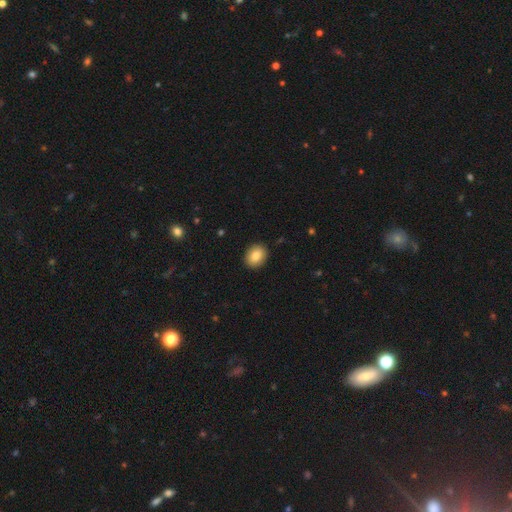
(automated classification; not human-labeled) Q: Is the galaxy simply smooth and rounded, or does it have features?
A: smooth — 85%.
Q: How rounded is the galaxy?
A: in between — 51%.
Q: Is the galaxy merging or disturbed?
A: none — 91%.